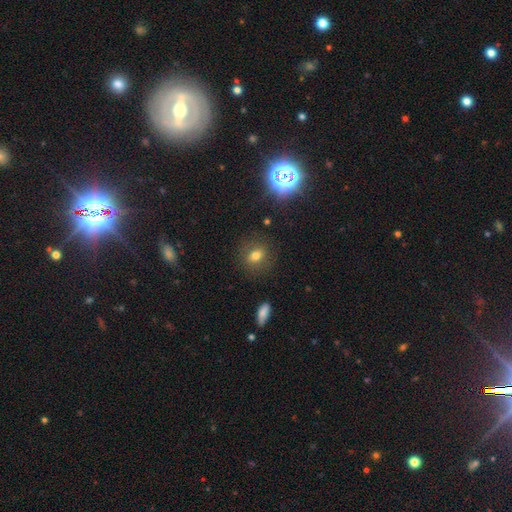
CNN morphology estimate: smooth-or-featured: smooth: 71% | star or artifact: 17% | featured or disk: 12%
  how-rounded: round: 58% | in between: 40% | cigar-shaped: 2%
  merging: none: 83% | minor disturbance: 11% | major disturbance: 4% | merger: 2%